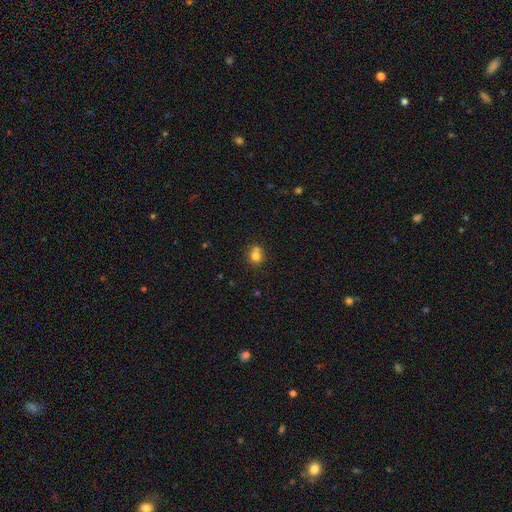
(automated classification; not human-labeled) smooth 77%, star or artifact 13%, featured or disk 11%. Down the decision tree: how rounded — round (84%); merging — none (55%).